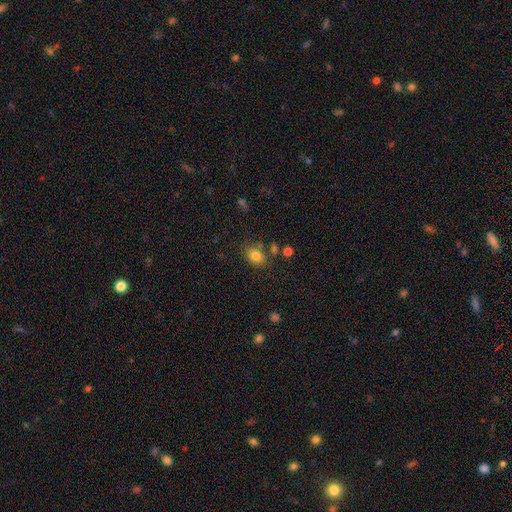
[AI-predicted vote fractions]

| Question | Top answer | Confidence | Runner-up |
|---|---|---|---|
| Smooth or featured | smooth | 81% | star or artifact (11%) |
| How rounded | in between | 70% | round (28%) |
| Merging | none | 72% | minor disturbance (15%) |